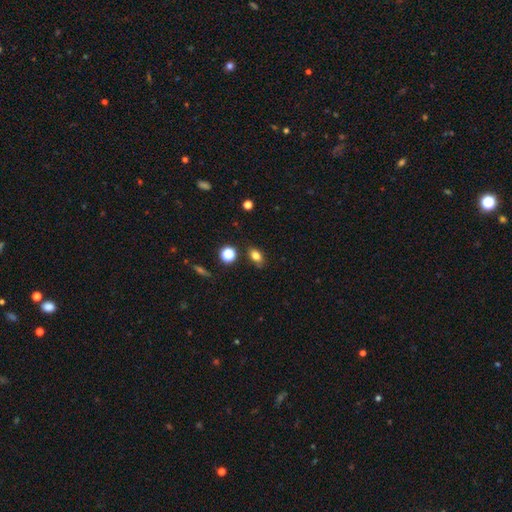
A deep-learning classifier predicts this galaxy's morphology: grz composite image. It shows a smooth galaxy with no disk features (79%) that is in between round and cigar-shaped (77%). Merging: none (78%).